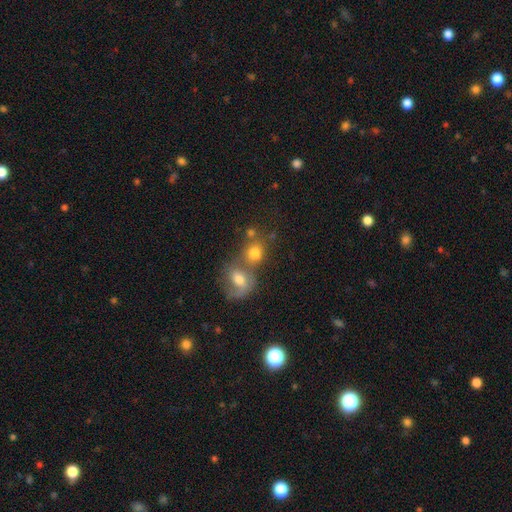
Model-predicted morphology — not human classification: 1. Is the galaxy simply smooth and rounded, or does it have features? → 54% smooth, 26% featured or disk, 20% star or artifact.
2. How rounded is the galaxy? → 73% round, 25% in between, 2% cigar-shaped.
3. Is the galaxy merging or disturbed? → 48% merger, 36% none, 10% minor disturbance, 6% major disturbance.